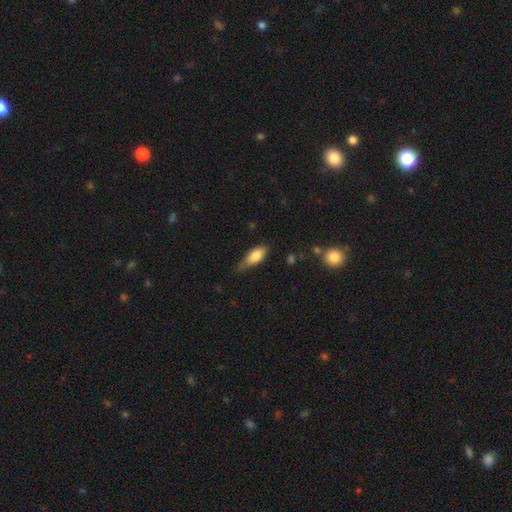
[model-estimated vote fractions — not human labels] The model was most divided on "merging": none: 48%, minor disturbance: 40%, major disturbance: 10%, merger: 2%. More confident: smooth or featured — smooth (78%); how rounded — in between (78%).